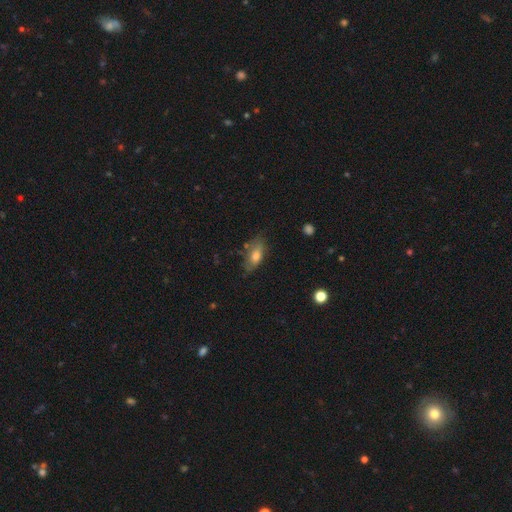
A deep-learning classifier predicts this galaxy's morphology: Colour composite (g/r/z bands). It shows a smooth galaxy with no disk features (70%) that is in between round and cigar-shaped (83%). Merging: none (64%).